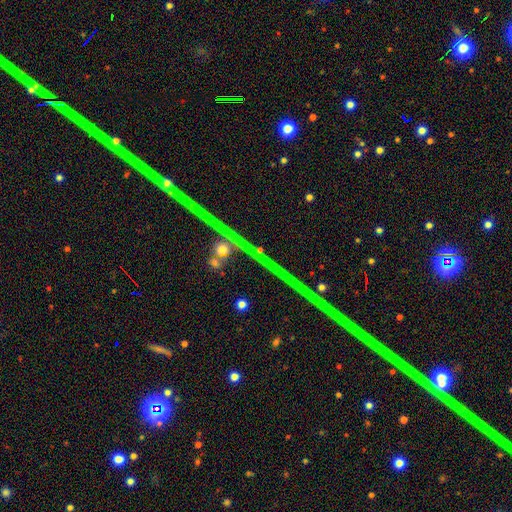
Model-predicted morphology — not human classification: smooth-or-featured: star or artifact: 70% | featured or disk: 17% | smooth: 13%